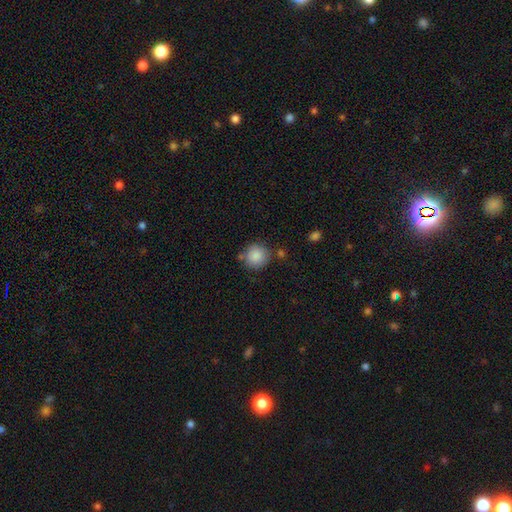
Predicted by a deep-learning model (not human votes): Q: Smooth or featured?
A: smooth (87%); runner-up: star or artifact (8%)
Q: How rounded?
A: round (91%); runner-up: in between (8%)
Q: Merging?
A: none (76%); runner-up: minor disturbance (12%)